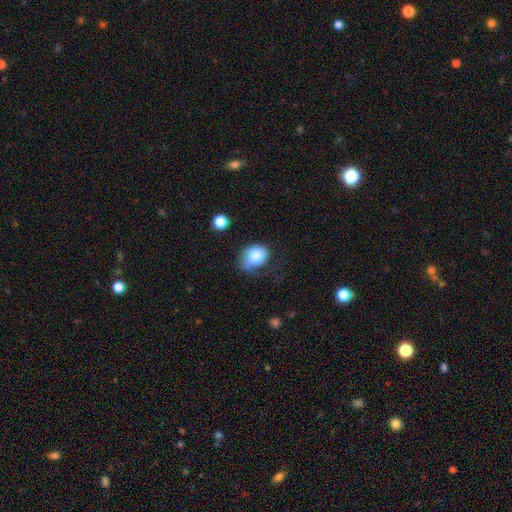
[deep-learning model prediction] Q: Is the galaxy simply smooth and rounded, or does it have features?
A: smooth — 80%.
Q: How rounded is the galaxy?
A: round — 50%, tied with in between.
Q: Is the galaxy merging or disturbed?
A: none — 41%.